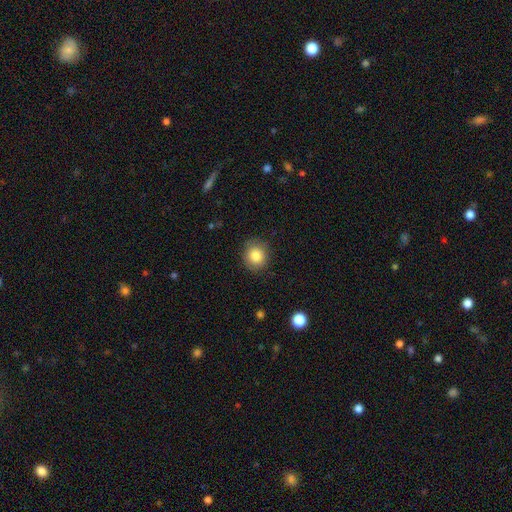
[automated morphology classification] Smooth or featured? Predicted: smooth (p=0.85). How rounded? Predicted: round (p=0.83). Merging? Predicted: none (p=0.85).